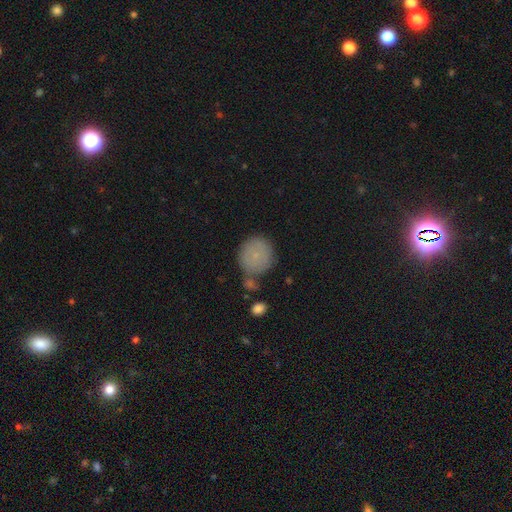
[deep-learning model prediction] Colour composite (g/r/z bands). It shows a smooth galaxy with no disk features (76%) that is round (88%). Merging: none (68%).